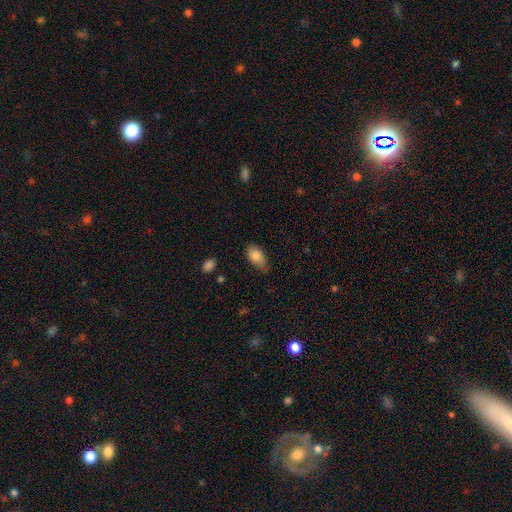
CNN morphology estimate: Smooth or featured?
  - smooth: 83% *
  - featured or disk: 10%
  - star or artifact: 7%
How rounded?
  - in between: 92% *
  - round: 5%
  - cigar-shaped: 4%
Merging?
  - none: 67% *
  - minor disturbance: 26%
  - major disturbance: 5%
  - merger: 1%